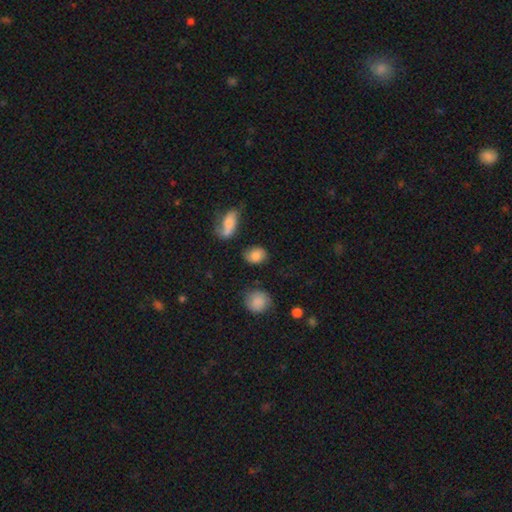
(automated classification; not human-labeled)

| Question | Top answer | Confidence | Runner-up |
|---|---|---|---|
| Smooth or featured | smooth | 80% | featured or disk (10%) |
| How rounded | in between | 63% | round (35%) |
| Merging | none | 74% | minor disturbance (16%) |